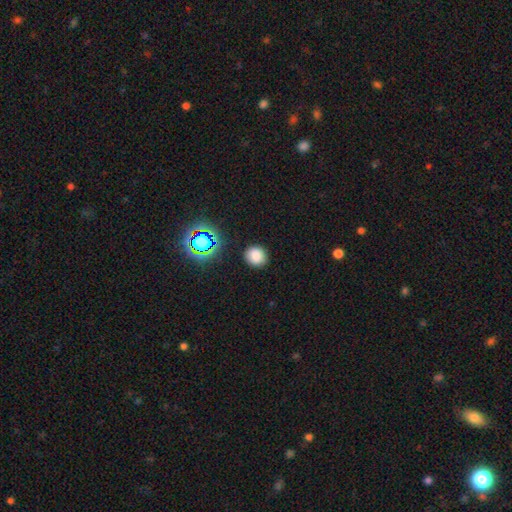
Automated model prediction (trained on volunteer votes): Overall: smooth (80%). How rounded: round (85%). Merging: none (88%).